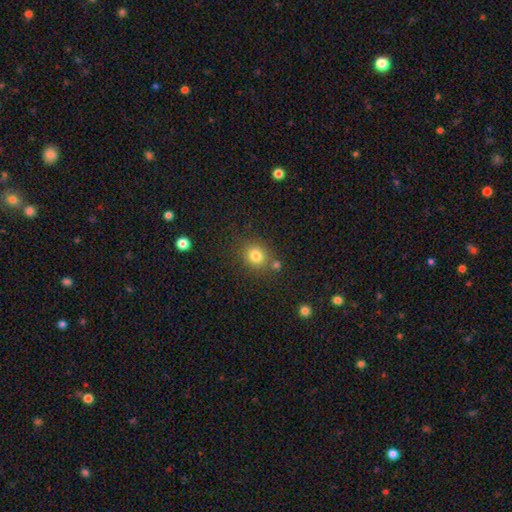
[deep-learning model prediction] A smooth galaxy with no disk features (80%) that is round (80%). Merging: none (73%).